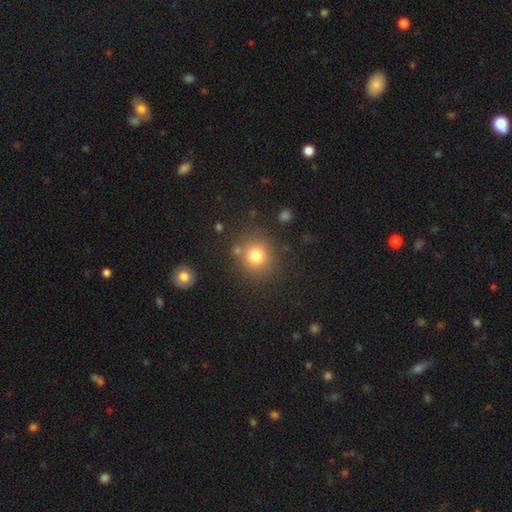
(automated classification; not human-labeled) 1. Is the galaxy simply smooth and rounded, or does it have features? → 79% smooth, 13% star or artifact, 8% featured or disk.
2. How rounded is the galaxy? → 87% round, 12% in between, 1% cigar-shaped.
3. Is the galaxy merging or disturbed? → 80% none, 10% minor disturbance, 6% merger, 4% major disturbance.